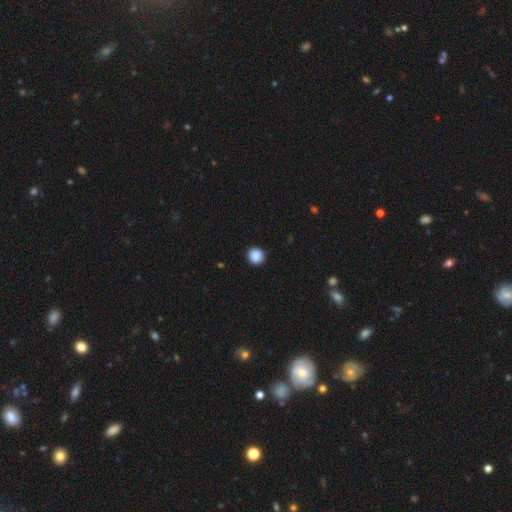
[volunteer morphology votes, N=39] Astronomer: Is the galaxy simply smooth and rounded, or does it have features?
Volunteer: smooth — 90%.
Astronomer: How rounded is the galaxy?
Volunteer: round — 94%.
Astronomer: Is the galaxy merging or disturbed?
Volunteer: none — 89%.